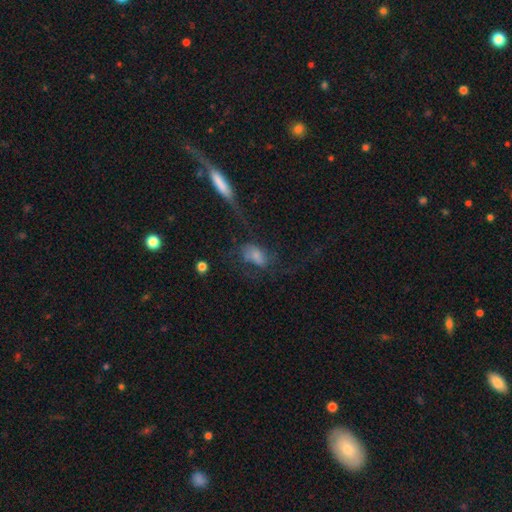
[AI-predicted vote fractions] A smooth galaxy with no disk features (43%). Merging: none (37%).